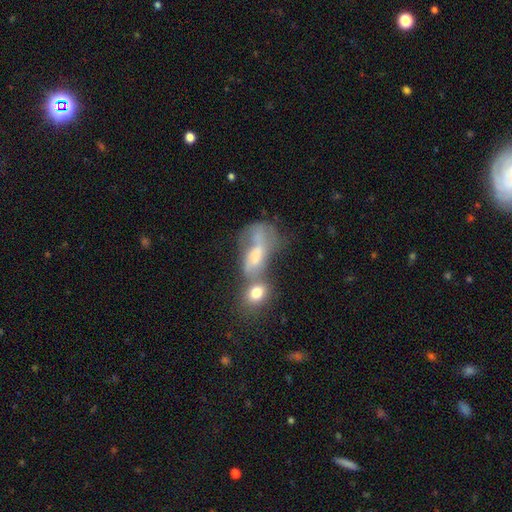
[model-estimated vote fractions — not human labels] The model was most divided on "smooth or featured": featured or disk: 44%, smooth: 43%, star or artifact: 14%. More confident: merging — merger (52%).